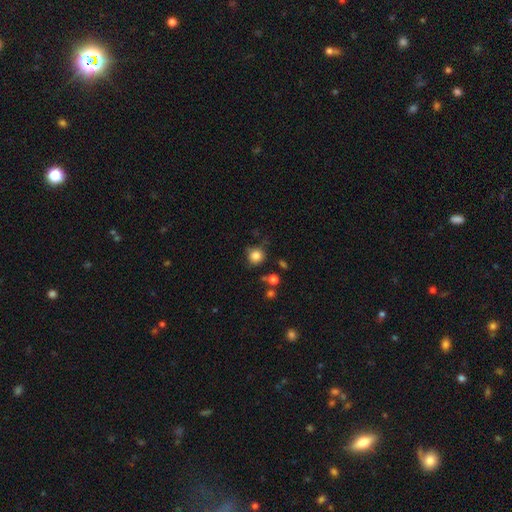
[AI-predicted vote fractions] Smooth or featured? Predicted: smooth (p=0.84). How rounded? Predicted: round (p=0.90). Merging? Predicted: none (p=0.78).